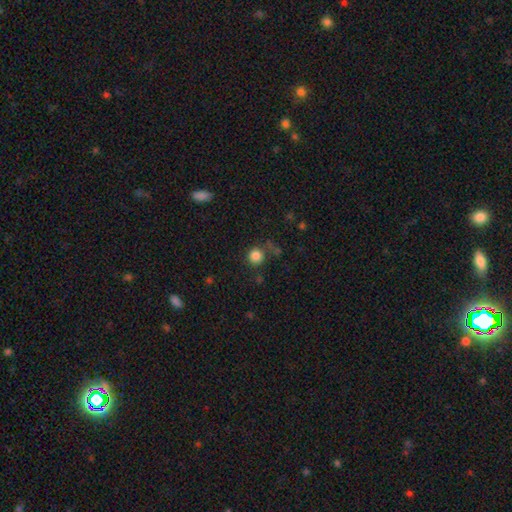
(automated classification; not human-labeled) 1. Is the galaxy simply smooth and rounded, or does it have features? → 84% smooth, 12% star or artifact, 4% featured or disk.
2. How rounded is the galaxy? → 94% round, 5% in between, 1% cigar-shaped.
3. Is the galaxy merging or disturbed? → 79% none, 10% minor disturbance, 7% merger, 5% major disturbance.